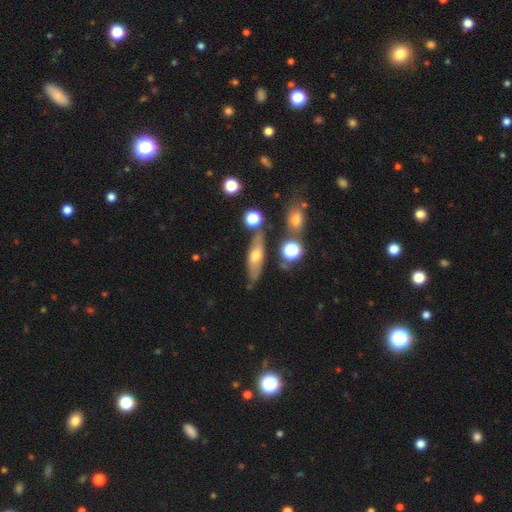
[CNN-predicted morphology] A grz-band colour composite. It shows a smooth galaxy with no disk features (49%). Merging: none (75%).